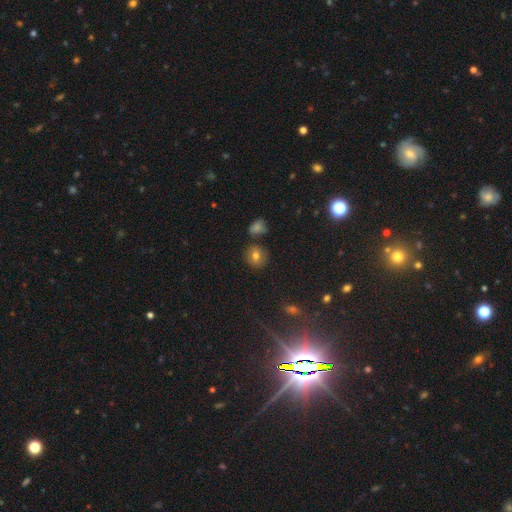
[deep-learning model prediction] Smooth or featured?
  - smooth: 74% *
  - star or artifact: 13%
  - featured or disk: 13%
How rounded?
  - round: 81% *
  - in between: 18%
  - cigar-shaped: 1%
Merging?
  - none: 82% *
  - minor disturbance: 10%
  - merger: 6%
  - major disturbance: 3%